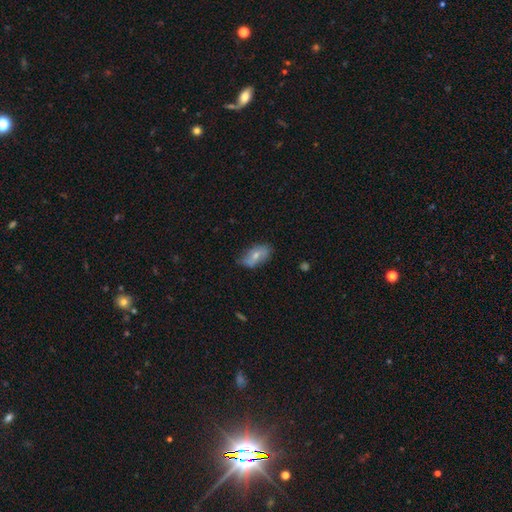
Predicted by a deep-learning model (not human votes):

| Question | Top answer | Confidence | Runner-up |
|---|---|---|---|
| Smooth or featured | smooth | 63% | featured or disk (30%) |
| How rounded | in between | 91% | round (5%) |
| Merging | none | 69% | minor disturbance (25%) |